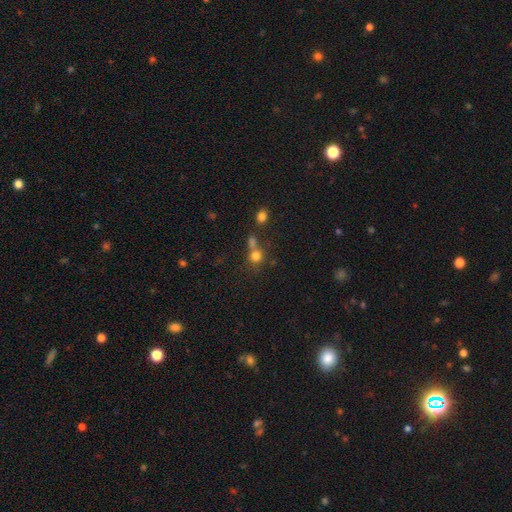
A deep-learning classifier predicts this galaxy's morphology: type=smooth (75%); roundness=round (84%); merging=none (48%).